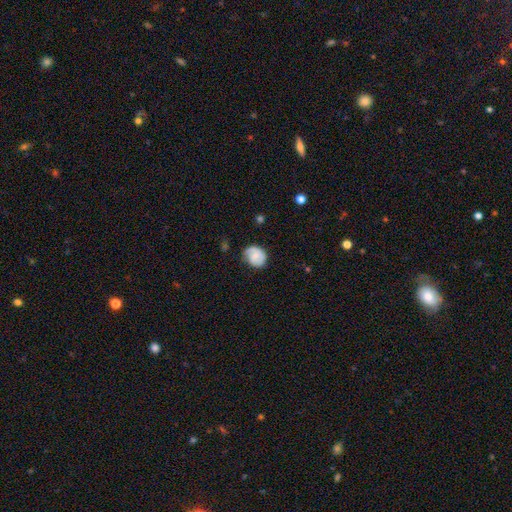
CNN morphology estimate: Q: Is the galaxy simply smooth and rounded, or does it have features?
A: featured or disk — 47%.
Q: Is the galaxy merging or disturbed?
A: none — 62%.